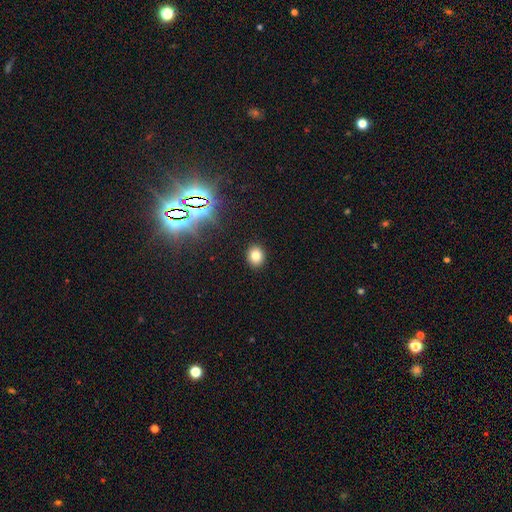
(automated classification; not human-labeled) smooth 79%, star or artifact 15%, featured or disk 7%. Down the decision tree: how rounded — round (66%); merging — none (91%).